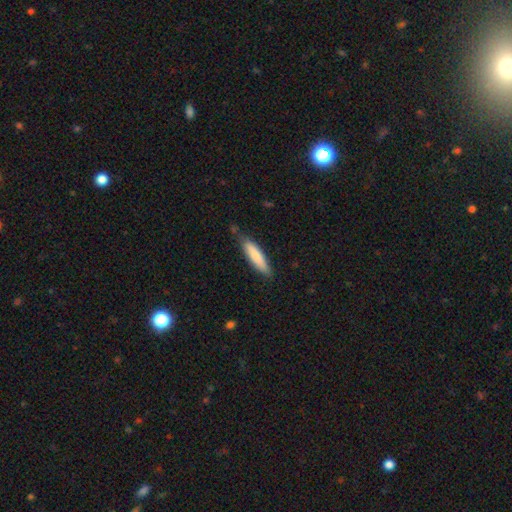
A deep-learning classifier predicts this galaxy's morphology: smooth 80%, featured or disk 15%, star or artifact 5%. Down the decision tree: how rounded — cigar-shaped (76%); merging — none (76%).